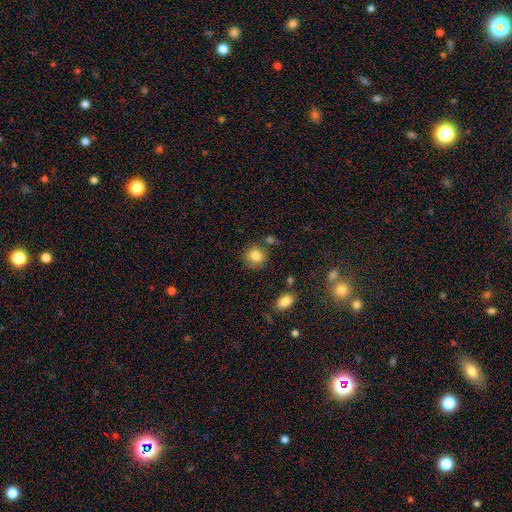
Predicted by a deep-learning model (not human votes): Smooth or featured: smooth — 84% (star or artifact — 10%)
How rounded: round — 81% (in between — 18%)
Merging: none — 79% (minor disturbance — 12%)